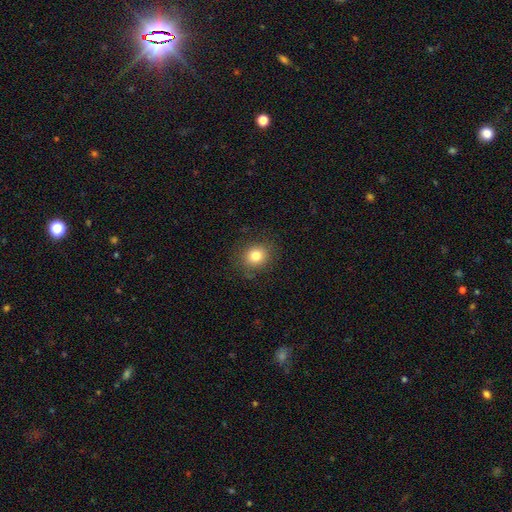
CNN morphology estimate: type=smooth (80%); roundness=round (79%); merging=none (85%).